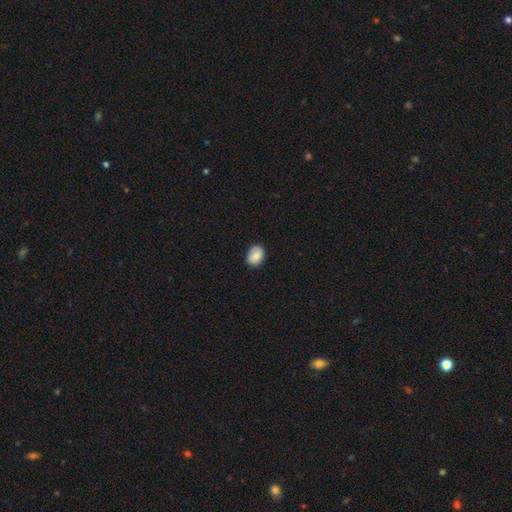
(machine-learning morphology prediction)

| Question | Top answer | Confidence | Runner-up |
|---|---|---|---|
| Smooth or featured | smooth | 87% | star or artifact (7%) |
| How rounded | in between | 68% | round (31%) |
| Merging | none | 85% | minor disturbance (12%) |